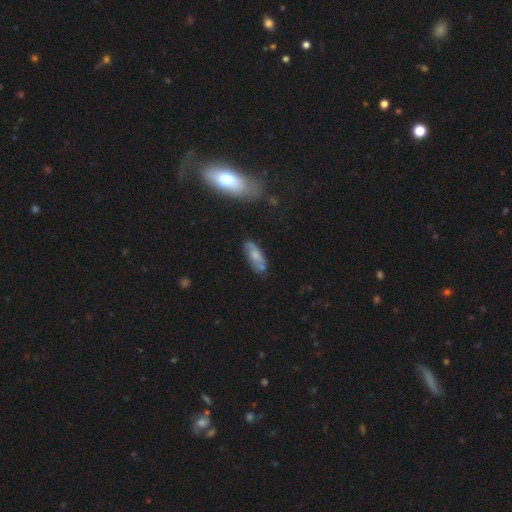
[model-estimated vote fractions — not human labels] Smooth or featured? Predicted: smooth (p=0.55). How rounded? Predicted: in between (p=0.72). Merging? Predicted: none (p=0.65).